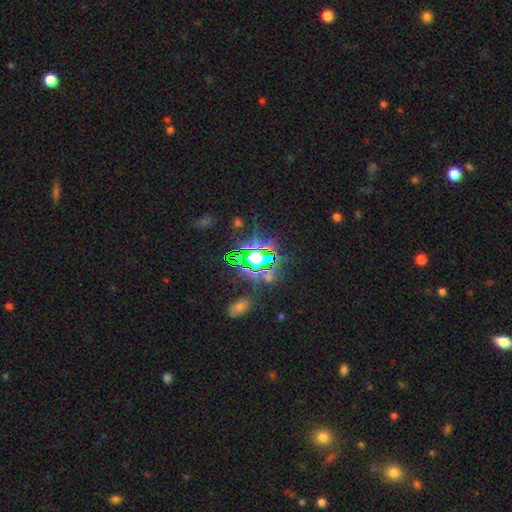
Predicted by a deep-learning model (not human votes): Morphology: type=star or artifact (80%).